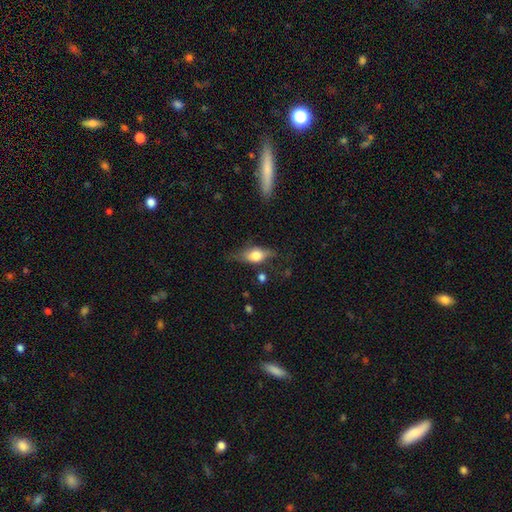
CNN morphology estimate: This appears to be a smooth galaxy with no disk features (57%) that is in between round and cigar-shaped (73%). Merging: none (61%).